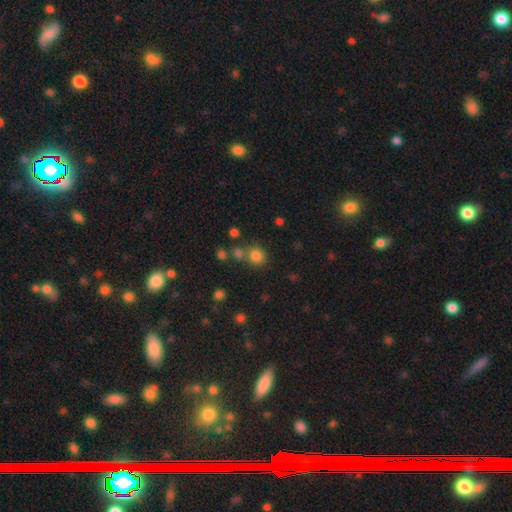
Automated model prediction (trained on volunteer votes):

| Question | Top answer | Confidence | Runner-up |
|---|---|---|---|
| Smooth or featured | smooth | 80% | star or artifact (14%) |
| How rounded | round | 82% | in between (17%) |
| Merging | none | 66% | merger (19%) |